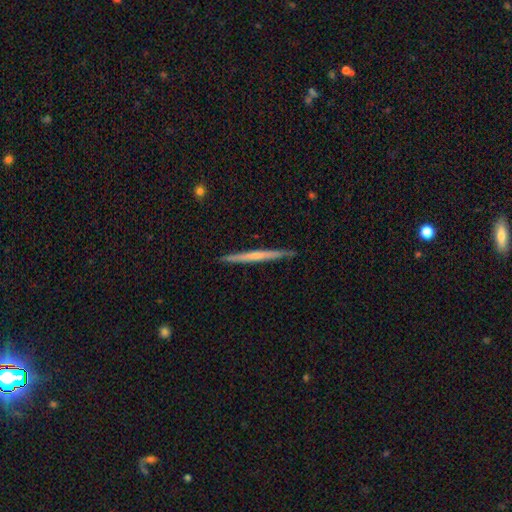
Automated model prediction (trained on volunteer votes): This is possibly a featured or disk galaxy (57%). It is clearly viewed edge-on (98%). Edge-on bulge: likely none (65%). Merging: clearly none (91%).